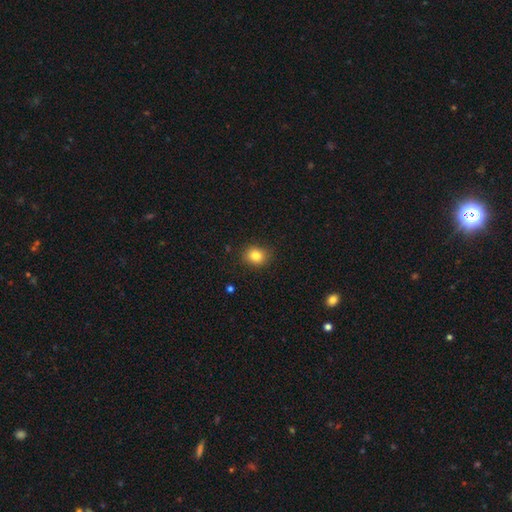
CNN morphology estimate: Smooth or featured? Predicted: smooth (p=0.83). How rounded? Predicted: round (p=0.67). Merging? Predicted: none (p=0.87).